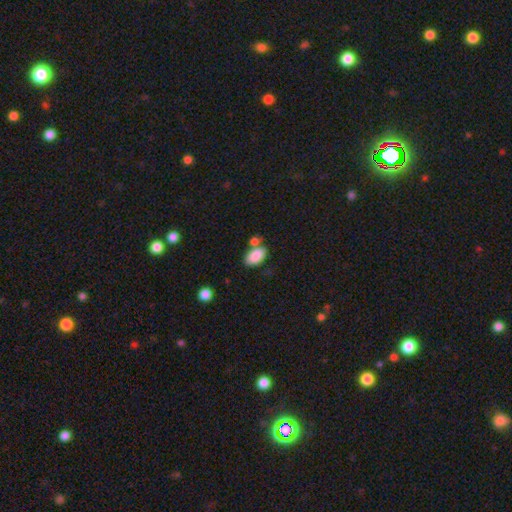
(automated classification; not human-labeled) Smooth or featured?
  - smooth: 87% *
  - star or artifact: 7%
  - featured or disk: 6%
How rounded?
  - in between: 93% *
  - round: 5%
  - cigar-shaped: 2%
Merging?
  - none: 58% *
  - merger: 23%
  - minor disturbance: 15%
  - major disturbance: 4%